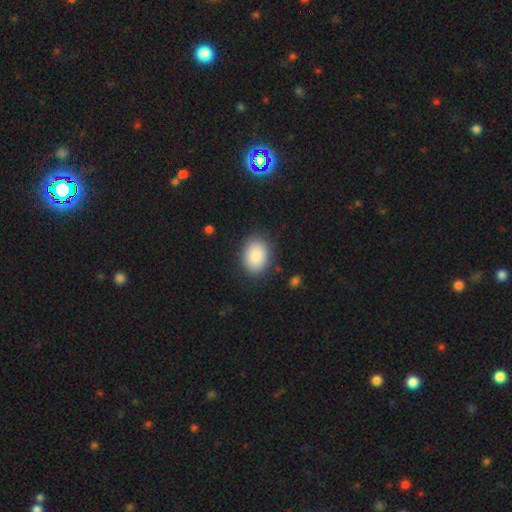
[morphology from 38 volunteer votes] Smooth or featured? 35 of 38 (92%) said smooth. How rounded? 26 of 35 (74%) said in between. Merging? 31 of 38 (82%) said none.